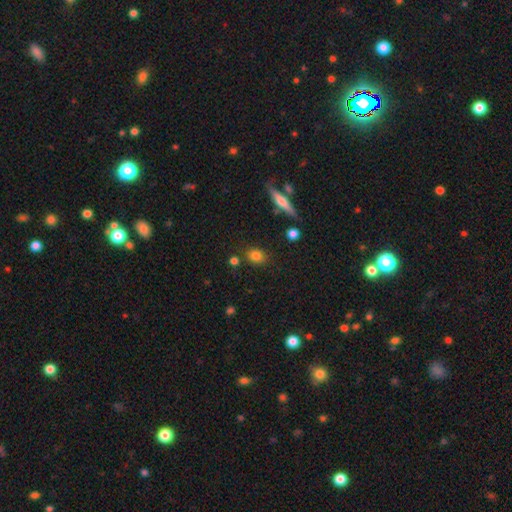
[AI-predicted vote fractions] smooth 80%, star or artifact 11%, featured or disk 9%. Down the decision tree: how rounded — round (57%); merging — none (80%).